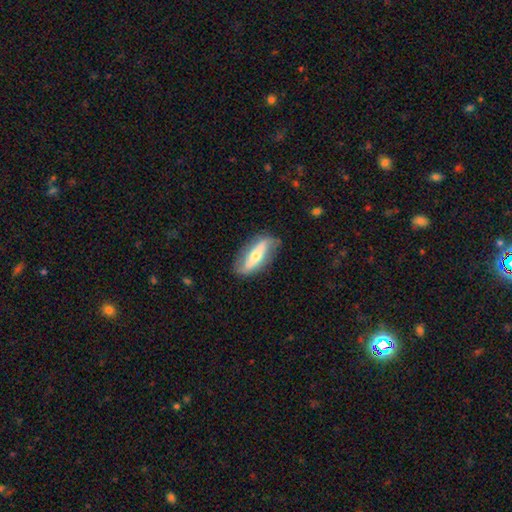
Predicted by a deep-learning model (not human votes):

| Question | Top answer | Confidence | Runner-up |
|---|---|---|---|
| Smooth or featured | featured or disk | 62% | smooth (32%) |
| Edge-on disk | no | 69% | yes (31%) |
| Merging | none | 78% | minor disturbance (16%) |